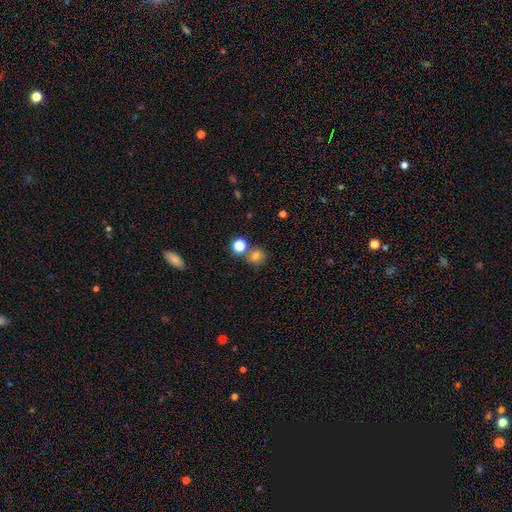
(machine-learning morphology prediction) Smooth or featured? Predicted: smooth (p=0.75). How rounded? Predicted: round (p=0.80). Merging? Predicted: none (p=0.67).